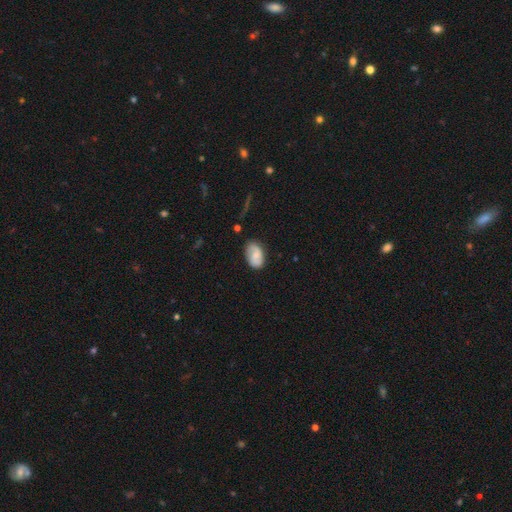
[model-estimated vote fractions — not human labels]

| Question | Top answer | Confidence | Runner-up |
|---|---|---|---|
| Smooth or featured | smooth | 67% | featured or disk (25%) |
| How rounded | in between | 90% | round (9%) |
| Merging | none | 70% | minor disturbance (22%) |